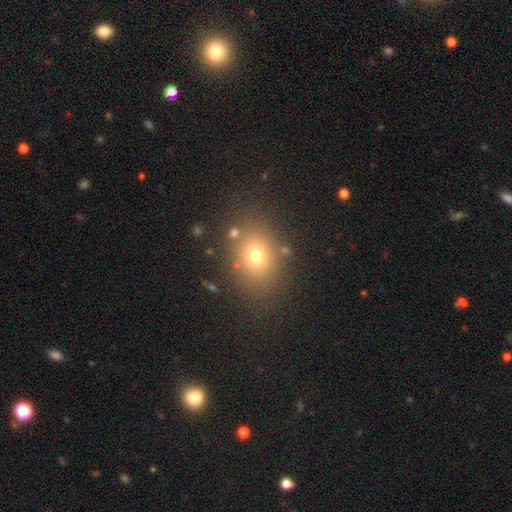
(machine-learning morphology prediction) Smooth or featured: smooth — 70% (star or artifact — 18%)
How rounded: in between — 55% (round — 44%)
Merging: none — 82% (minor disturbance — 10%)